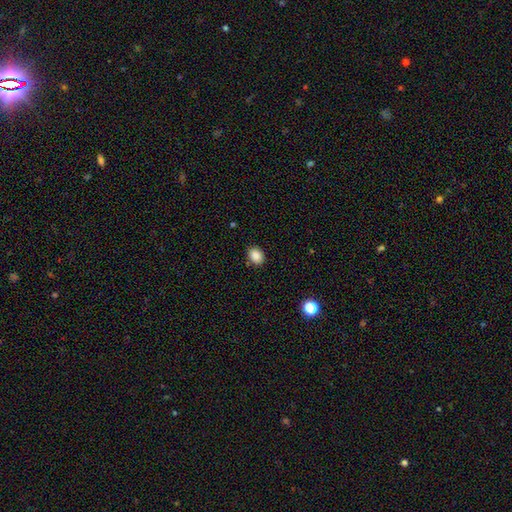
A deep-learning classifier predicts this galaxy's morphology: Smooth or featured: smooth — 88% (star or artifact — 9%)
How rounded: in between — 62% (round — 37%)
Merging: none — 86% (minor disturbance — 10%)